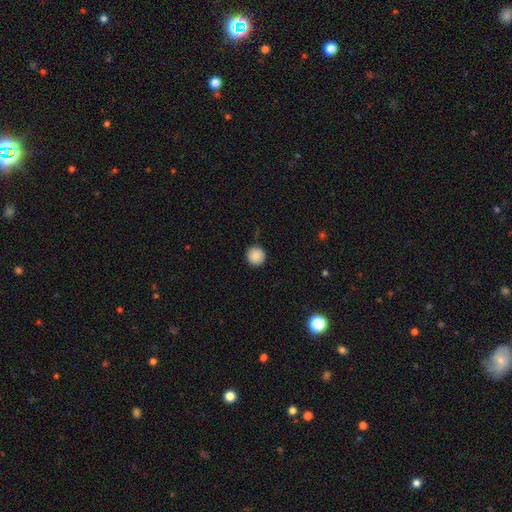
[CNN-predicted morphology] This is clearly a smooth galaxy (89%). How rounded: clearly round (96%). Merging: clearly none (90%).